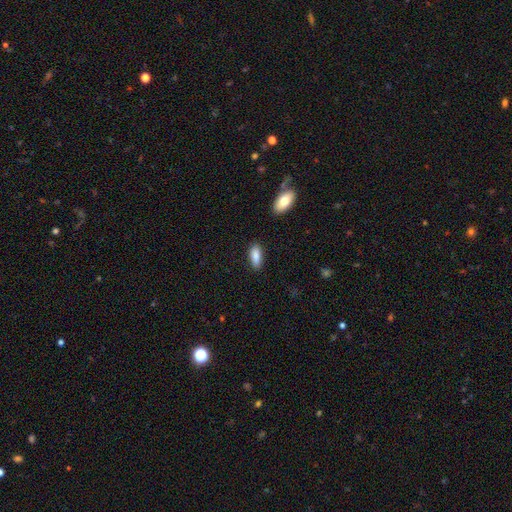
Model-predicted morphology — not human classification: This appears to be a smooth galaxy with no disk features (87%) that is in between round and cigar-shaped (79%). Merging: none (86%).